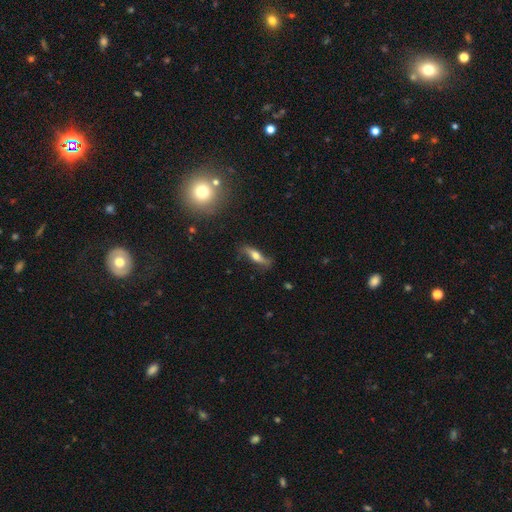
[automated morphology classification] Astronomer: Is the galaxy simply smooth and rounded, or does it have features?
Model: featured or disk — 56% (runner-up: smooth, 36%).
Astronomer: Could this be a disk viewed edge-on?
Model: yes — 69%.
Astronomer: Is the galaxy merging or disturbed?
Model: none — 72%.